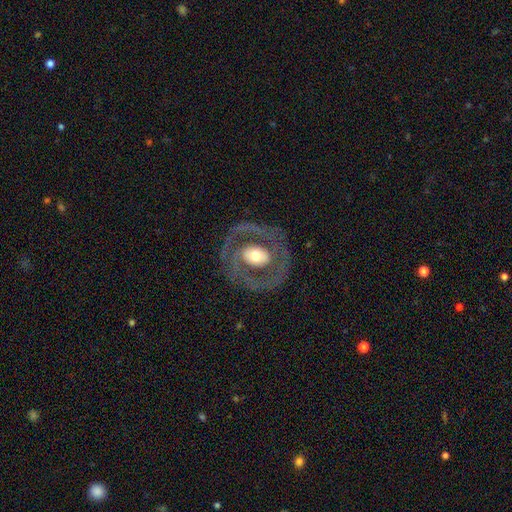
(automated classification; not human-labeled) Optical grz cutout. It shows a featured or disk galaxy (73%) with no bar (58%), spiral arms (54%) and a moderate central bulge (57%). Merging: none (76%).